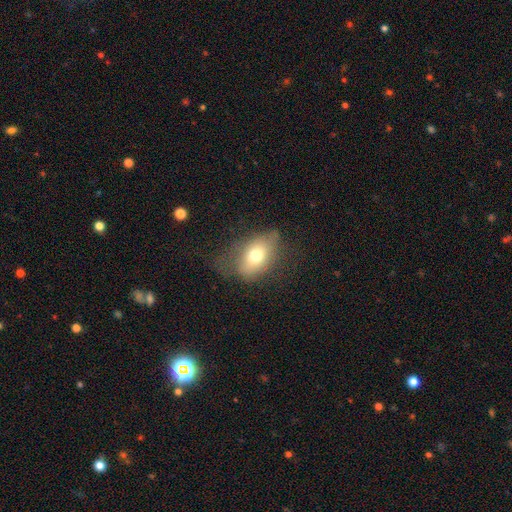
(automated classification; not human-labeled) A smooth galaxy with no disk features (68%) that is in between round and cigar-shaped (82%).

Vote fractions:
- Smooth or featured? smooth: 68% / featured or disk: 22% / star or artifact: 10%
- How rounded? in between: 82% / round: 16% / cigar-shaped: 2%
- Merging? none: 52% / minor disturbance: 29% / major disturbance: 17% / merger: 2%